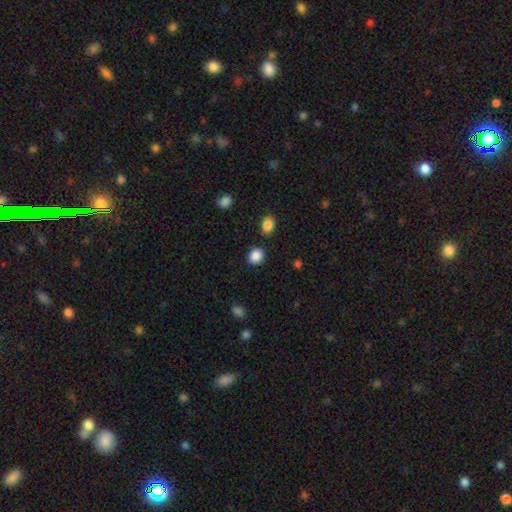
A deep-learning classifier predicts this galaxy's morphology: Overall: smooth (88%). How rounded: round (58%; in between 41%). Merging: none (85%).